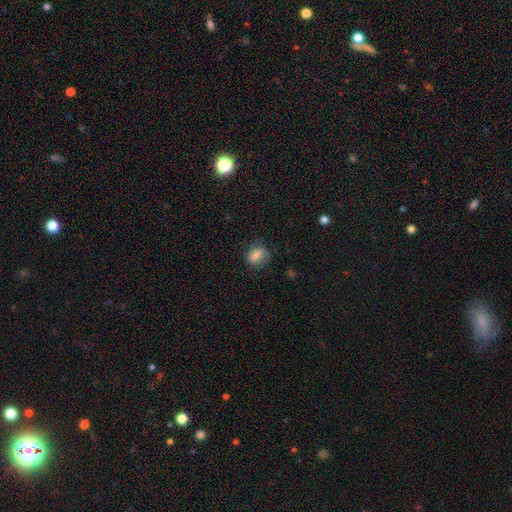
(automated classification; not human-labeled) smooth_or_featured: smooth (p=0.76) [alt: featured or disk p=0.15]
how_rounded: in between (p=0.59) [alt: round p=0.39]
merging: none (p=0.70) [alt: minor disturbance p=0.21]